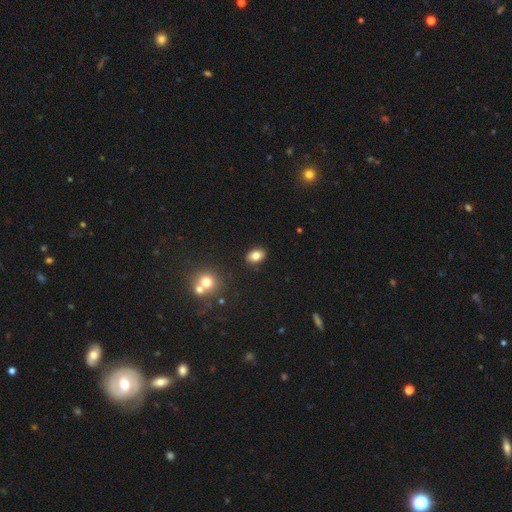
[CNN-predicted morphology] A smooth galaxy with no disk features (82%) that is in between round and cigar-shaped (83%).

Vote fractions:
- Smooth or featured? smooth: 82% / star or artifact: 10% / featured or disk: 8%
- How rounded? in between: 83% / round: 16% / cigar-shaped: 1%
- Merging? none: 88% / minor disturbance: 8% / merger: 2% / major disturbance: 2%